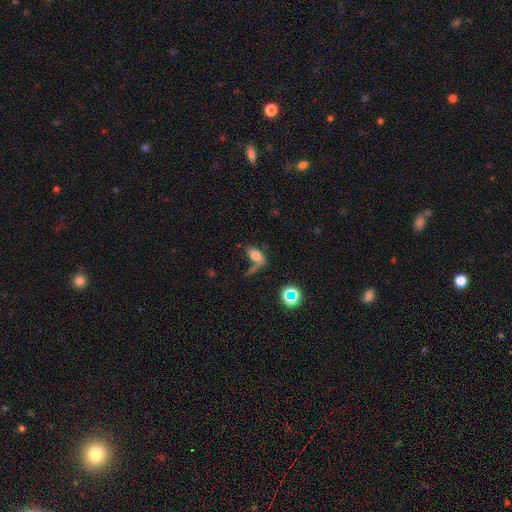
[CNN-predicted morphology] smooth 68%, featured or disk 18%, star or artifact 14%. Down the decision tree: how rounded — in between (86%); merging — none (35%).